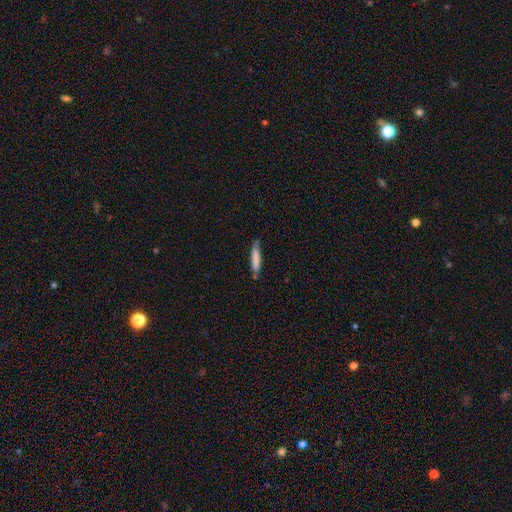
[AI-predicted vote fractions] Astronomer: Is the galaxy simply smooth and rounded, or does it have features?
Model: smooth — 74%.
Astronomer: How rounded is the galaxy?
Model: cigar-shaped — 93%.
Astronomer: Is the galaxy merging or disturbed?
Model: none — 83%.